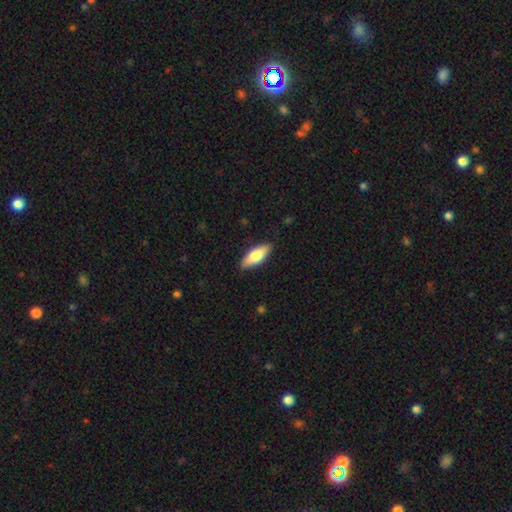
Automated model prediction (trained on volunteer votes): Smooth or featured? Predicted: smooth (p=0.69). How rounded? Predicted: in between (p=0.67). Merging? Predicted: none (p=0.88).